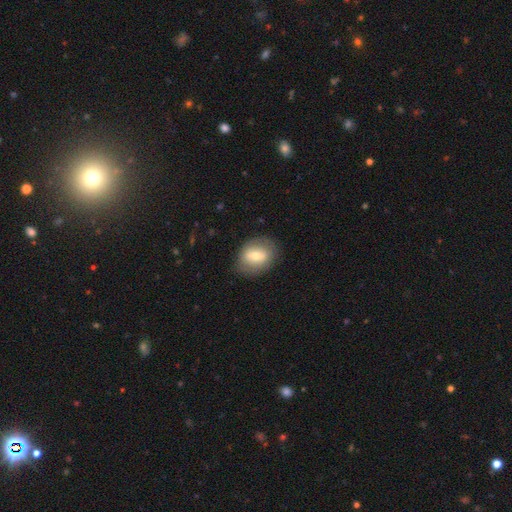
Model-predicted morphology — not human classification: Smooth or featured? smooth (58%)
How rounded? in between (61%)
Merging? none (80%)